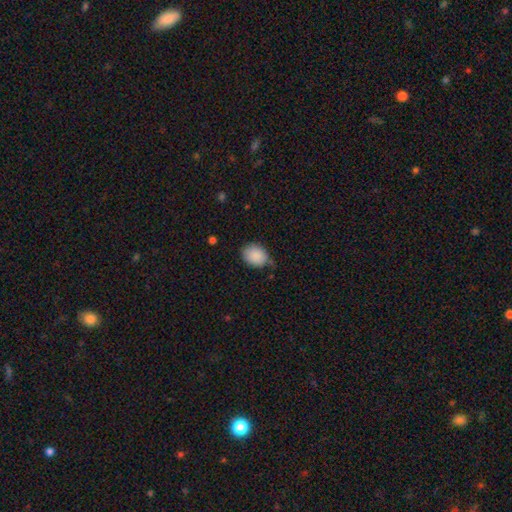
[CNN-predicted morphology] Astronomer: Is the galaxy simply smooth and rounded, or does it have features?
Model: smooth — 89%.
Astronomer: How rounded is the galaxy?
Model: in between — 57% (runner-up: round, 42%).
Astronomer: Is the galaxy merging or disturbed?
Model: none — 67%.